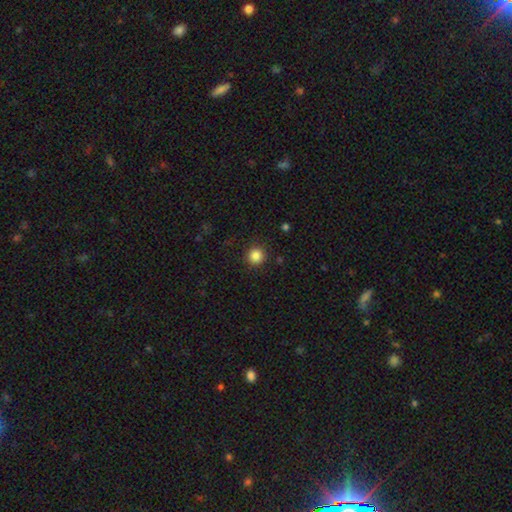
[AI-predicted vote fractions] Smooth or featured: smooth — 86% (star or artifact — 11%)
How rounded: round — 94% (in between — 5%)
Merging: none — 90% (minor disturbance — 6%)